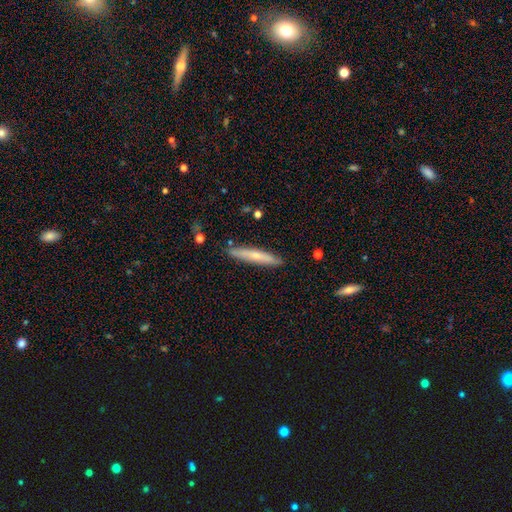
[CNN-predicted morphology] Smooth or featured: smooth — 53% (featured or disk — 41%)
How rounded: cigar-shaped — 92% (in between — 7%)
Merging: none — 87% (minor disturbance — 9%)